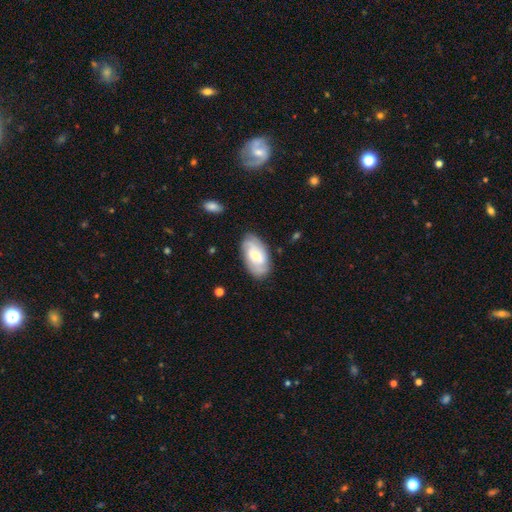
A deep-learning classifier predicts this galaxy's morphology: smooth_or_featured: featured or disk (p=0.53) [alt: smooth p=0.41]
disk_edge_on: no (p=0.93) [alt: yes p=0.07]
merging: none (p=0.79) [alt: minor disturbance p=0.16]